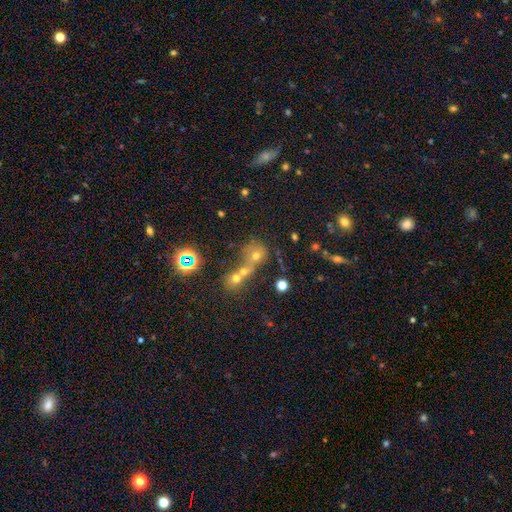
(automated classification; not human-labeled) Smooth or featured?
  - smooth: 57% *
  - star or artifact: 26%
  - featured or disk: 16%
How rounded?
  - round: 78% *
  - in between: 20%
  - cigar-shaped: 2%
Merging?
  - merger: 58% *
  - none: 29%
  - minor disturbance: 7%
  - major disturbance: 6%